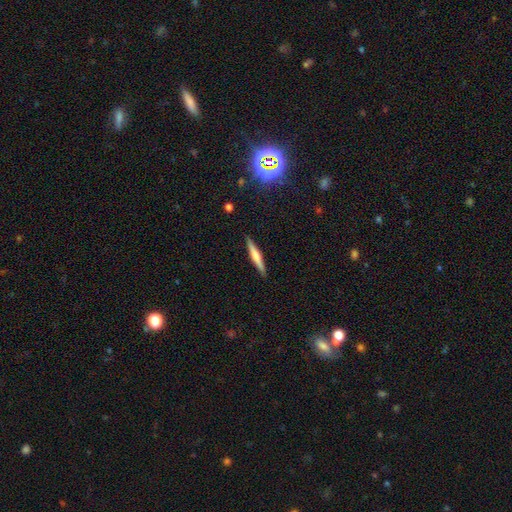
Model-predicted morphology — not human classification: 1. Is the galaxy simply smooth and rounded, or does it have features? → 47% featured or disk, 46% smooth, 6% star or artifact.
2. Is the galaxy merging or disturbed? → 90% none, 7% minor disturbance, 1% major disturbance, 1% merger.